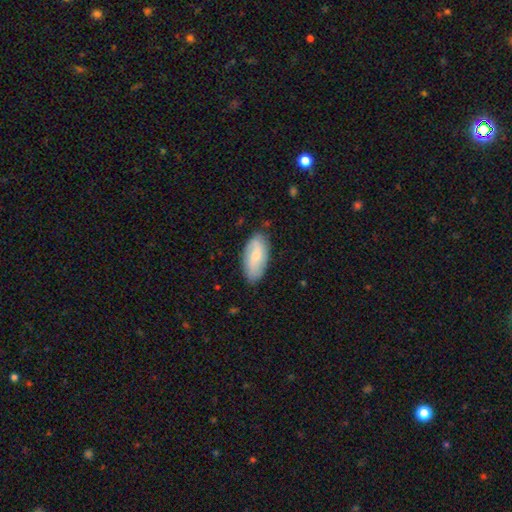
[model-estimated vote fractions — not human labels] Smooth or featured: smooth — 56% (featured or disk — 38%)
How rounded: in between — 89% (cigar-shaped — 8%)
Merging: none — 79% (minor disturbance — 16%)